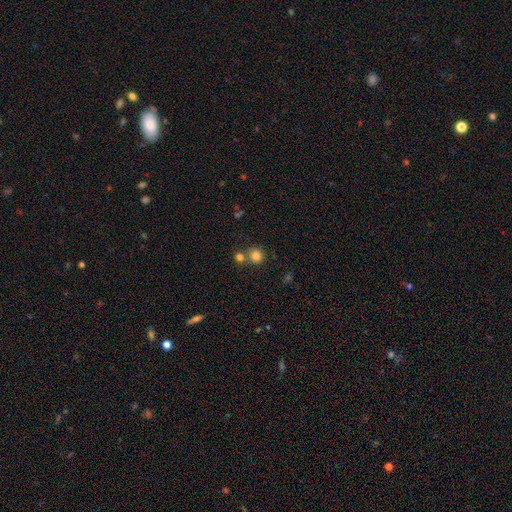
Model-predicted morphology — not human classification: This is clearly a smooth galaxy (81%). How rounded: clearly round (89%). Merging: likely none (61%).